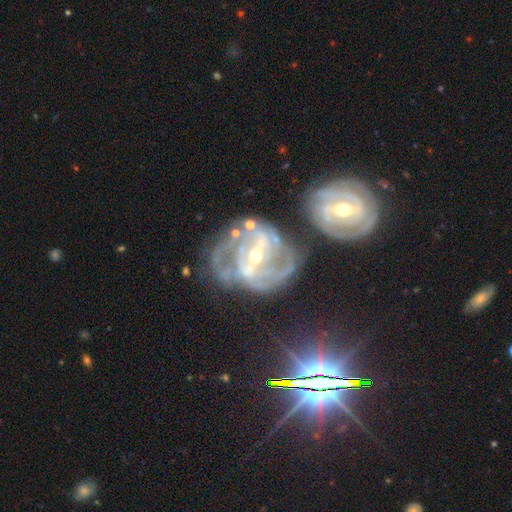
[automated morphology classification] smooth-or-featured: featured or disk: 88% | star or artifact: 7% | smooth: 5%
  disk-edge-on: no: 96% | yes: 4%
    bar: strong: 65% | weak: 26% | no: 10%
    has-spiral-arms: yes: 94% | no: 6%
      spiral-winding: medium: 43% (tied) | tight: 43% (tied) | loose: 14%
      spiral-arm-count: 2: 40% | 3: 22% | can't tell: 21% | 4: 8% | 1: 5% | more than 4: 5%
    bulge-size: small: 58% | moderate: 38% | large: 2% | none: 1% | dominant: 1%
  merging: none: 39% | merger: 27% | minor disturbance: 18% | major disturbance: 16%